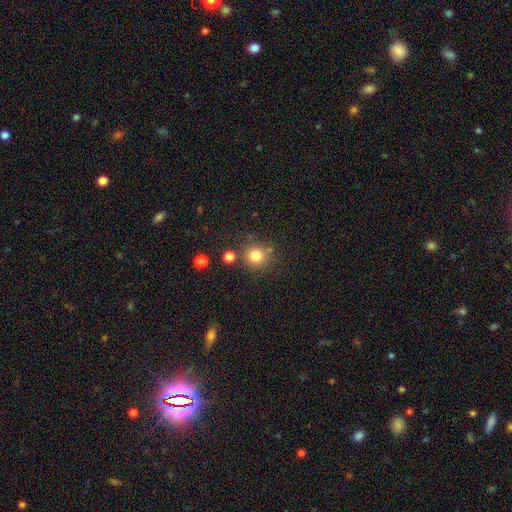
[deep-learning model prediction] smooth_or_featured: smooth (p=0.81) [alt: star or artifact p=0.12]
how_rounded: round (p=0.90) [alt: in between p=0.09]
merging: none (p=0.77) [alt: minor disturbance p=0.10]